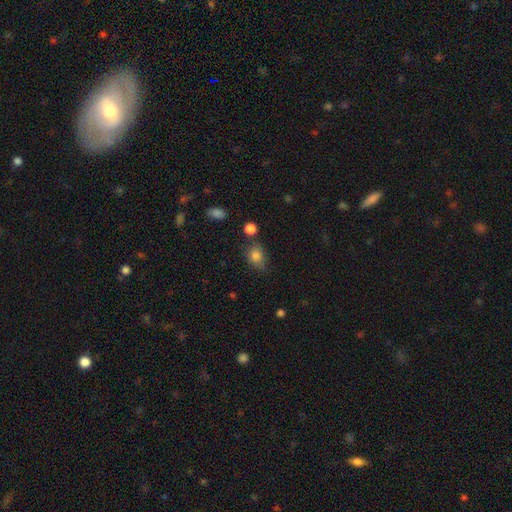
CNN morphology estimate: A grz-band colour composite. It shows a smooth galaxy with no disk features (81%) that is in between round and cigar-shaped (57%). Merging: none (61%).